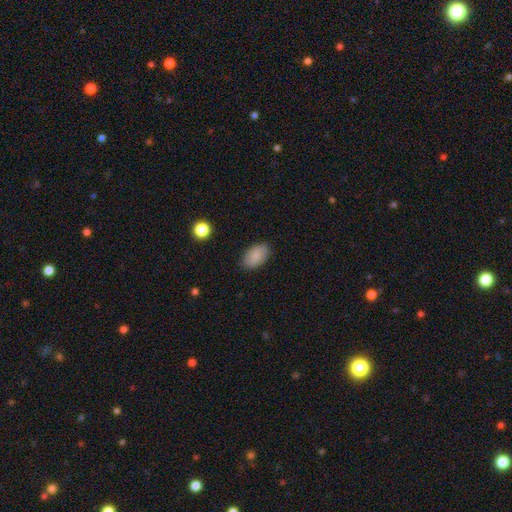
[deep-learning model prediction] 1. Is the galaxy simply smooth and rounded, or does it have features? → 78% smooth, 15% featured or disk, 7% star or artifact.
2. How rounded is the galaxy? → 92% in between, 7% round, 1% cigar-shaped.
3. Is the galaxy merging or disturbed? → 85% none, 11% minor disturbance, 2% major disturbance, 1% merger.